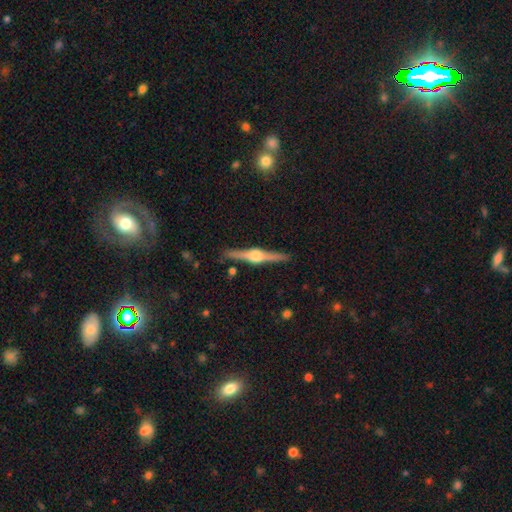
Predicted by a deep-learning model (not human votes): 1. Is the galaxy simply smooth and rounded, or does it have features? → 84% featured or disk, 11% smooth, 5% star or artifact.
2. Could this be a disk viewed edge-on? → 98% yes, 2% no.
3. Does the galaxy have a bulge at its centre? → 94% rounded, 5% boxy, 2% none.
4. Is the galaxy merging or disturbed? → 90% none, 7% minor disturbance, 2% merger, 1% major disturbance.